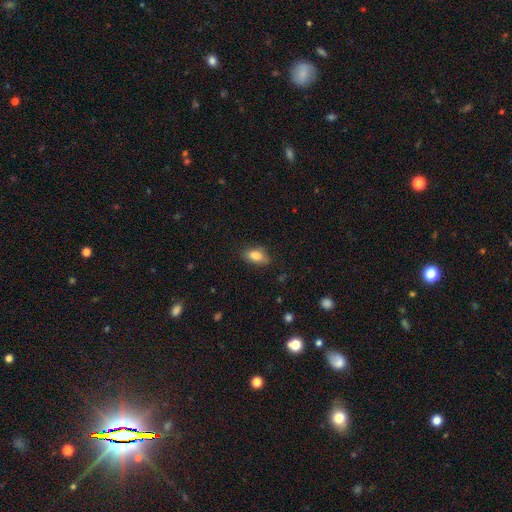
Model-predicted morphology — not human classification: Smooth or featured? Predicted: smooth (p=0.84). How rounded? Predicted: in between (p=0.89). Merging? Predicted: none (p=0.79).